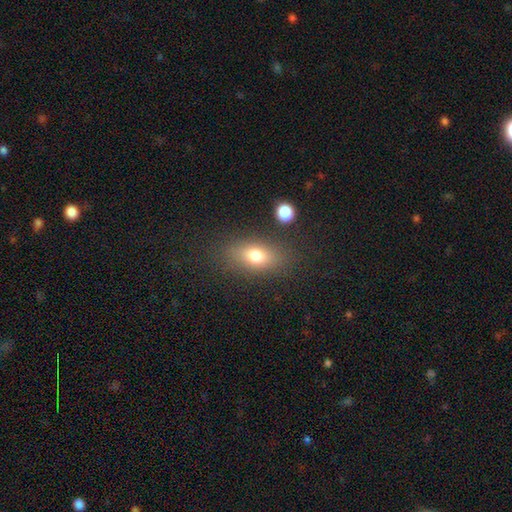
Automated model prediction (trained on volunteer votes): Smooth or featured? smooth (75%)
How rounded? in between (78%)
Merging? none (79%)